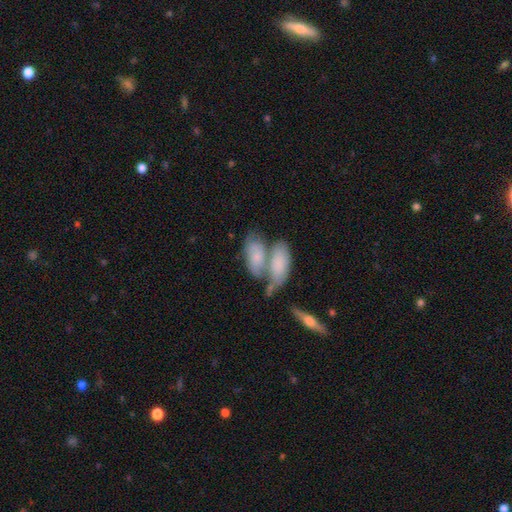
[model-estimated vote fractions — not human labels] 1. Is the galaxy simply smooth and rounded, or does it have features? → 67% smooth, 27% featured or disk, 6% star or artifact.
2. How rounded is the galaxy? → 89% in between, 7% cigar-shaped, 4% round.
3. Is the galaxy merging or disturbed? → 61% merger, 21% none, 11% minor disturbance, 6% major disturbance.